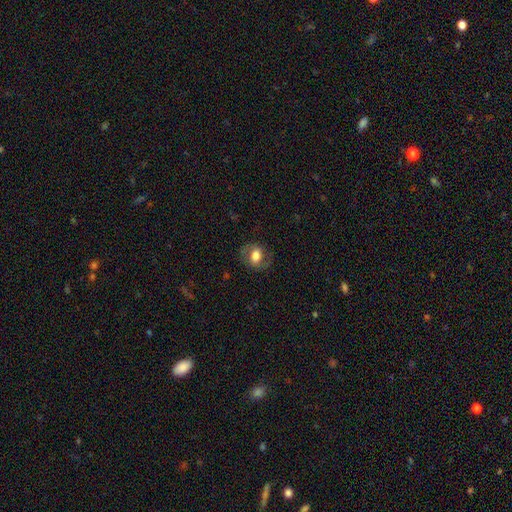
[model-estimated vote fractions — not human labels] Morphology: type=smooth (54%); roundness=in between (61%); merging=none (74%).